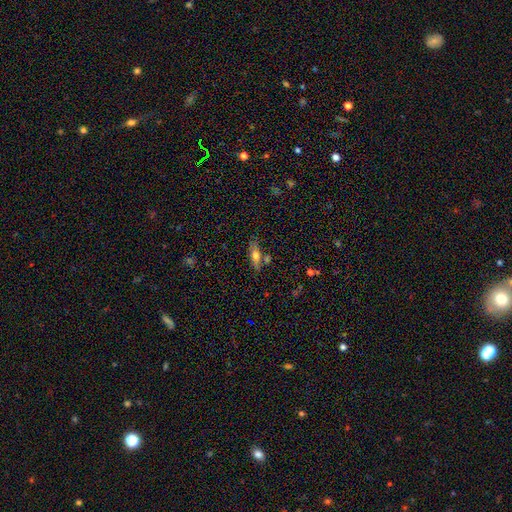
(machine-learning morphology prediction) type=smooth (59%); roundness=in between (52%); merging=none (69%).